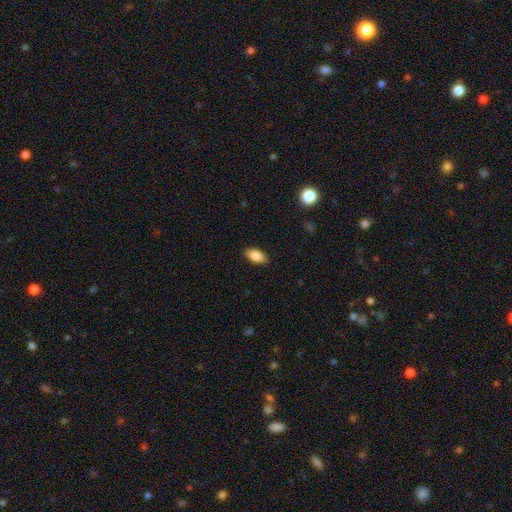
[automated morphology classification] This appears to be a smooth galaxy with no disk features (87%) that is in between round and cigar-shaped (91%). Merging: none (89%).